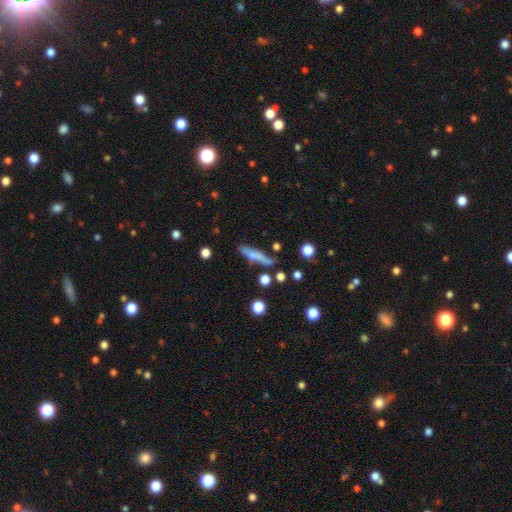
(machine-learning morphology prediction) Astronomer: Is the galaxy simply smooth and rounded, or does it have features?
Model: smooth — 59%.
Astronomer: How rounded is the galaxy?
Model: cigar-shaped — 79%.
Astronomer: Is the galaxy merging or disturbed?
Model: none — 64%.